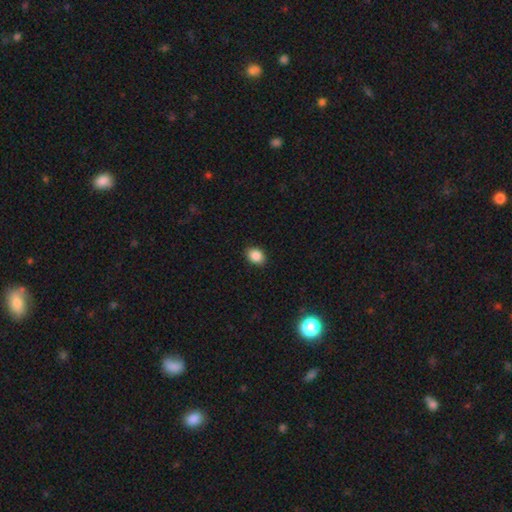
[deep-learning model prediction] This is clearly a smooth galaxy (88%). How rounded: likely in between (68%). Merging: clearly none (90%).